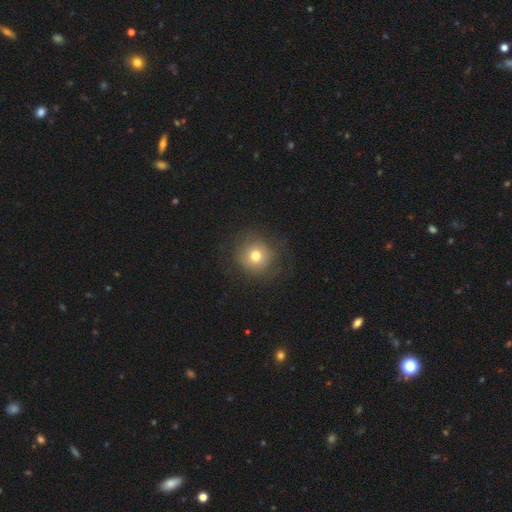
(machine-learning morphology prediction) Smooth or featured?
  - smooth: 71% *
  - featured or disk: 15%
  - star or artifact: 14%
How rounded?
  - round: 93% *
  - in between: 6%
  - cigar-shaped: 1%
Merging?
  - none: 79% *
  - minor disturbance: 12%
  - major disturbance: 8%
  - merger: 1%